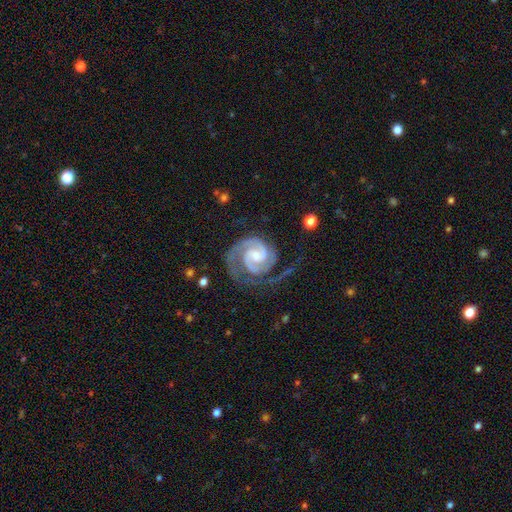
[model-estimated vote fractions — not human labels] smooth_or_featured: featured or disk (p=0.92) [alt: star or artifact p=0.04]
disk_edge_on: no (p=0.98) [alt: yes p=0.02]
bar: no (p=0.45) [alt: weak p=0.44]
has_spiral_arms: yes (p=0.99) [alt: no p=0.01]
spiral_winding: tight (p=0.58) [alt: medium p=0.37]
spiral_arm_count: 2 (p=0.86) [alt: 3 p=0.05]
bulge_size: small (p=0.47) [alt: moderate p=0.33]
merging: none (p=0.63) [alt: minor disturbance p=0.19]